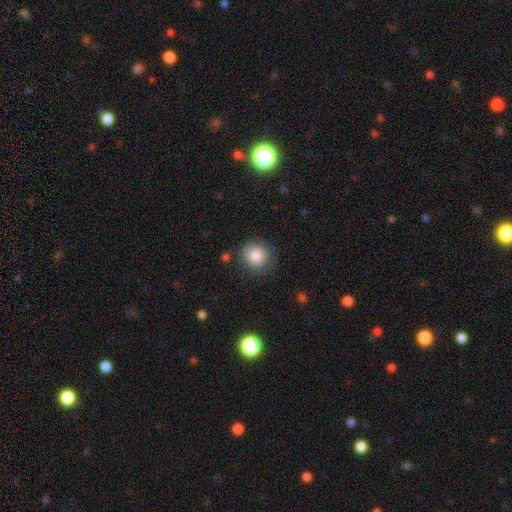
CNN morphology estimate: smooth-or-featured: smooth: 85% | star or artifact: 9% | featured or disk: 6%
  how-rounded: round: 88% | in between: 11% | cigar-shaped: 1%
  merging: none: 77% | minor disturbance: 16% | major disturbance: 5% | merger: 2%